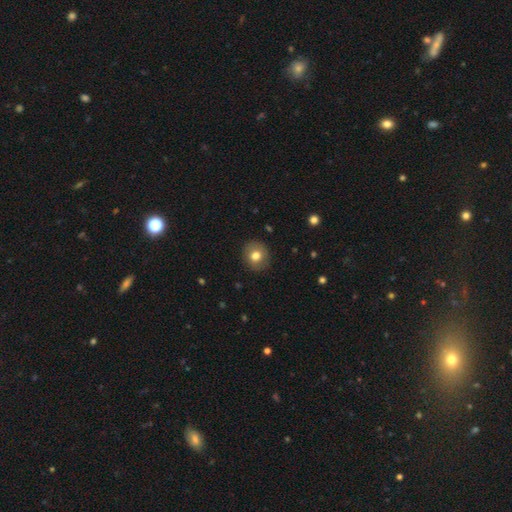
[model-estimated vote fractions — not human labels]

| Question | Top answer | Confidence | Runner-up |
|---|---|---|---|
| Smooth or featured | smooth | 77% | featured or disk (14%) |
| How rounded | round | 81% | in between (18%) |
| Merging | none | 89% | minor disturbance (8%) |